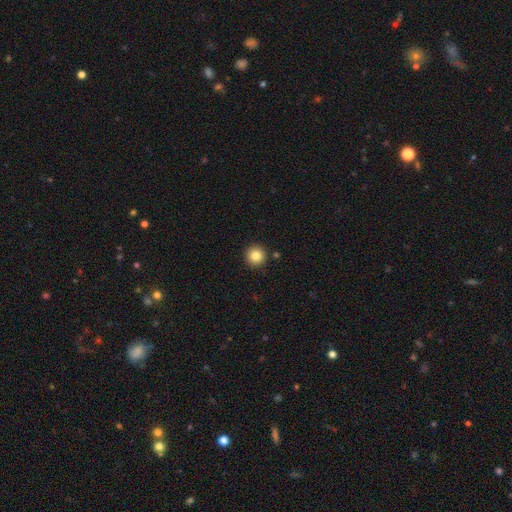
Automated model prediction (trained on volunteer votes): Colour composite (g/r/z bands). It shows a smooth galaxy with no disk features (84%) that is round (96%). Merging: none (91%).